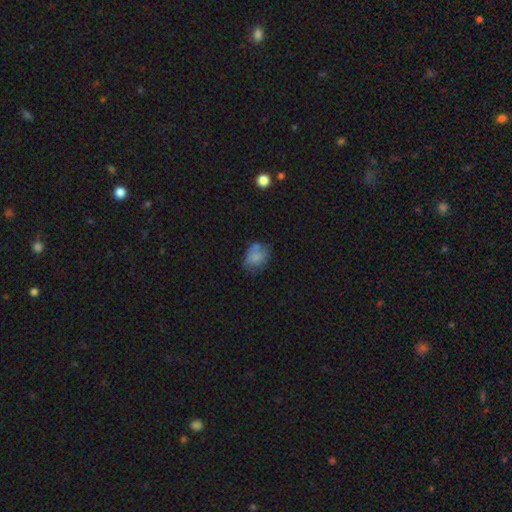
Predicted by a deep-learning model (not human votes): Morphology: type=smooth (74%); roundness=in between (64%); merging=none (52%).